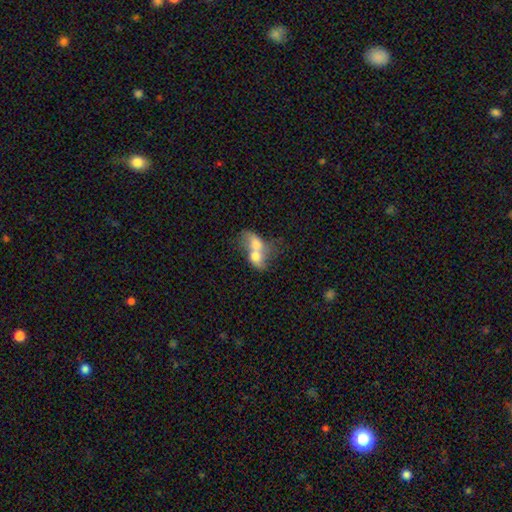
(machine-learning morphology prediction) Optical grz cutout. It shows a smooth galaxy with no disk features (61%) that is in between round and cigar-shaped (67%). Merging: merger (81%).